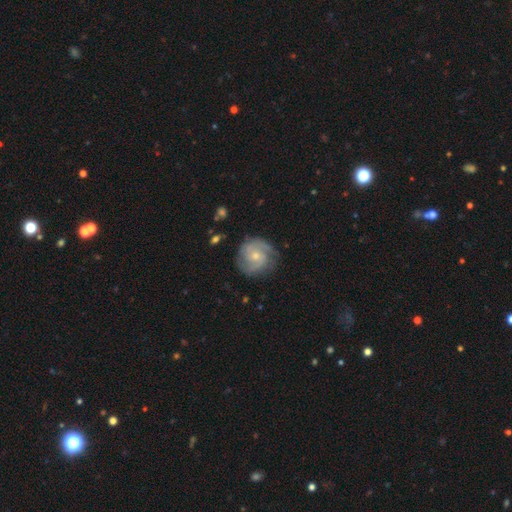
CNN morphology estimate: Q: Smooth or featured?
A: featured or disk (81%); runner-up: smooth (14%)
Q: Edge-on disk?
A: no (98%); runner-up: yes (2%)
Q: Bar?
A: no (64%); runner-up: weak (31%)
Q: Spiral arms?
A: yes (96%); runner-up: no (4%)
Q: Spiral winding?
A: tight (46%); runner-up: medium (43%)
Q: Spiral arm count?
A: 2 (66%); runner-up: 3 (14%)
Q: Bulge size?
A: small (59%); runner-up: moderate (36%)
Q: Merging?
A: none (79%); runner-up: minor disturbance (15%)